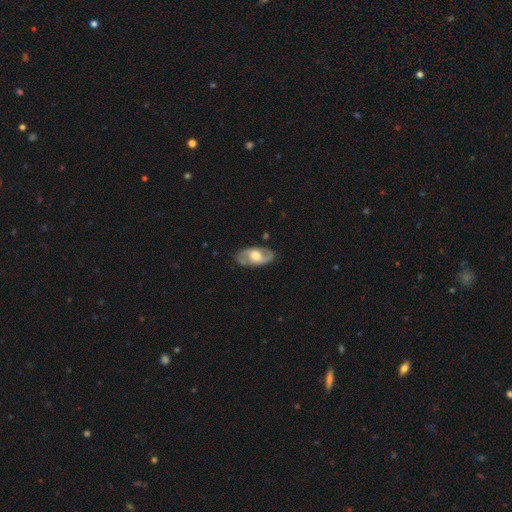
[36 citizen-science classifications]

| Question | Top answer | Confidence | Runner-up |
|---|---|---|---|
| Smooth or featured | featured or disk | 67% | smooth (31%) |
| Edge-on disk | no | 100% | — |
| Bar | no | 62% | weak (33%) |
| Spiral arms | yes | 83% | no (17%) |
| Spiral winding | medium | 50% | tight (40%) |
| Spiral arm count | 2 | 100% | — |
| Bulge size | moderate | 58% | large (29%) |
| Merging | none | 71% | minor disturbance (26%) |